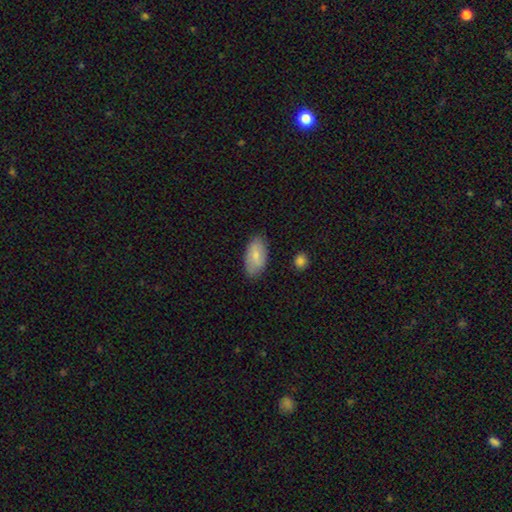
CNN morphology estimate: The model was most divided on "smooth or featured": smooth: 74%, featured or disk: 19%, star or artifact: 6%. More confident: how rounded — in between (94%); merging — none (81%).